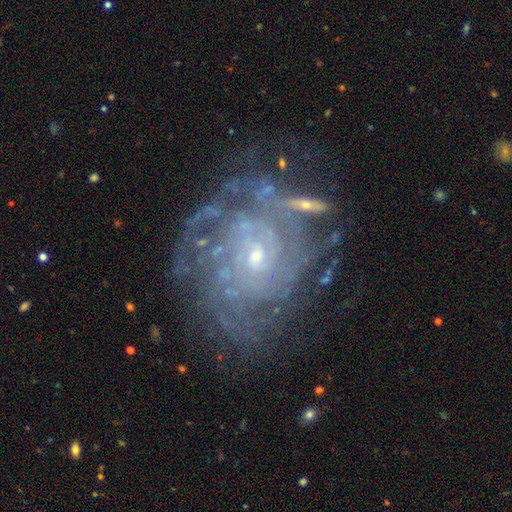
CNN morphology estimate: Overall: featured or disk (83%). Edge-on disk: no (97%). Bar: no (77%). Spiral arms: yes (90%). Spiral arm count: can't tell (43%; 4 15%). Spiral winding: tight (73%). Bulge size: small (80%). Merging: none (66%).